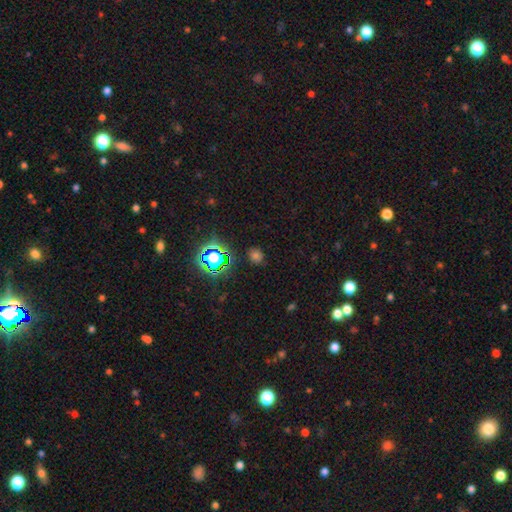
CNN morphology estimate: The model was most divided on "smooth or featured": smooth: 57%, star or artifact: 37%, featured or disk: 6%. More confident: merging — none (85%); how rounded — round (76%).